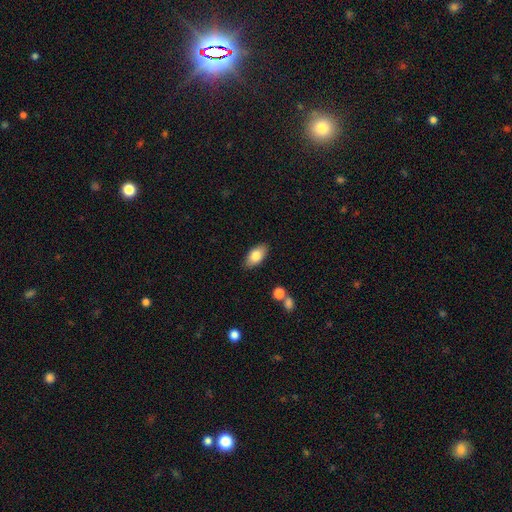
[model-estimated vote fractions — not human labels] smooth_or_featured: smooth (p=0.81) [alt: featured or disk p=0.12]
how_rounded: in between (p=0.92) [alt: cigar-shaped p=0.04]
merging: none (p=0.86) [alt: minor disturbance p=0.10]